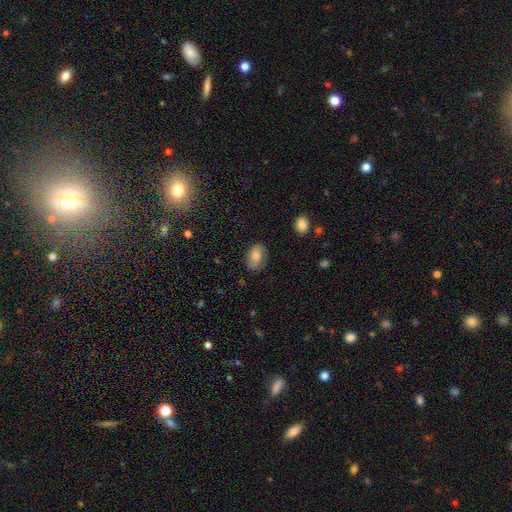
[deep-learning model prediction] smooth 71%, featured or disk 20%, star or artifact 8%. Down the decision tree: how rounded — in between (80%); merging — none (77%).